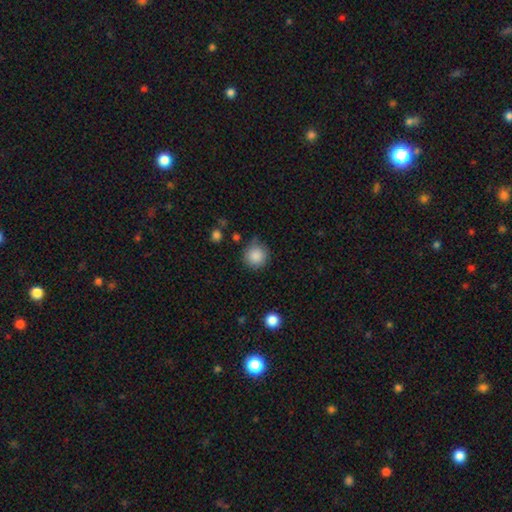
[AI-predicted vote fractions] A smooth galaxy with no disk features (88%) that is round (94%). Merging: none (83%).